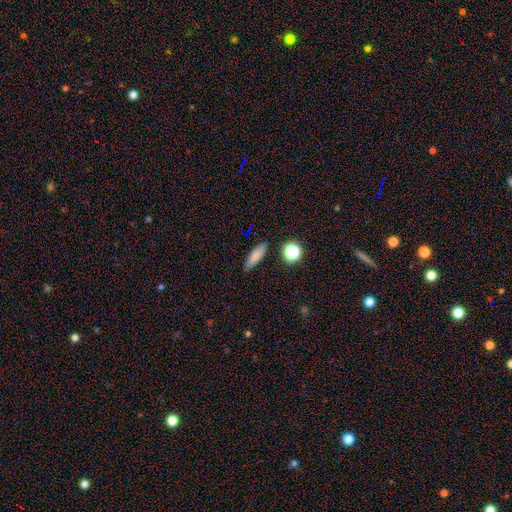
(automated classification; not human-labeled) This appears to be a smooth galaxy with no disk features (79%) that is cigar-shaped (51%). Merging: none (86%).